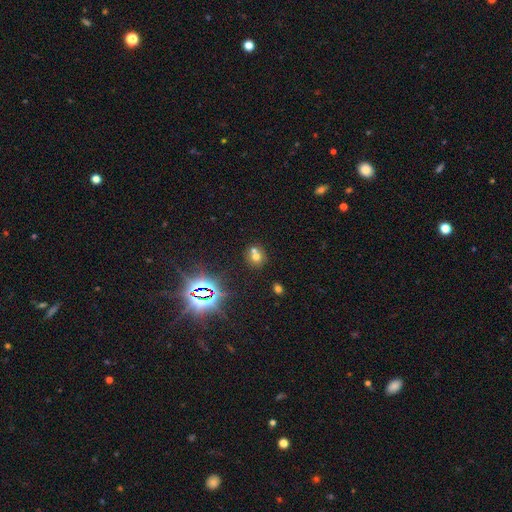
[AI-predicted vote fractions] This is possibly a smooth galaxy (58%). How rounded: likely round (80%). Merging: possibly merger (49%).